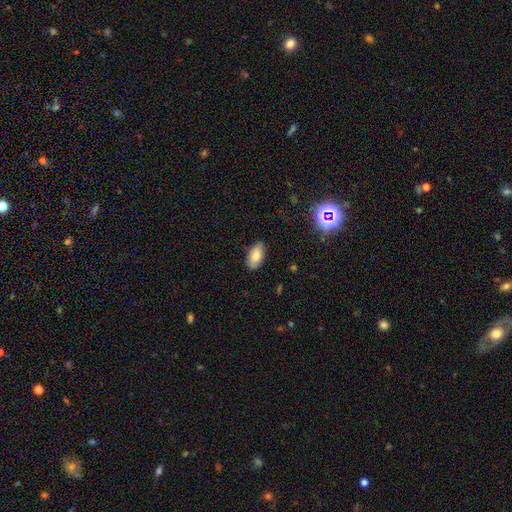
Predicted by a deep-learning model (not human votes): Smooth or featured?
  - smooth: 82% *
  - featured or disk: 11%
  - star or artifact: 8%
How rounded?
  - in between: 94% *
  - cigar-shaped: 3%
  - round: 3%
Merging?
  - none: 84% *
  - minor disturbance: 12%
  - major disturbance: 2%
  - merger: 1%